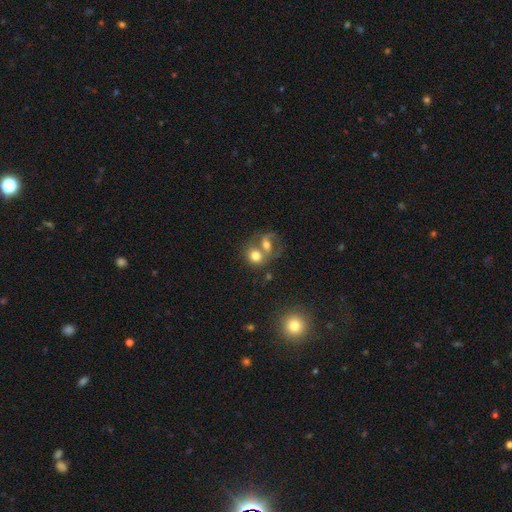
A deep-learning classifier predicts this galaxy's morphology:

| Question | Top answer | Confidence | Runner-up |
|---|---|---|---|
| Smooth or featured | smooth | 65% | featured or disk (24%) |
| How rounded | round | 63% | in between (35%) |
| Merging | merger | 58% | none (28%) |